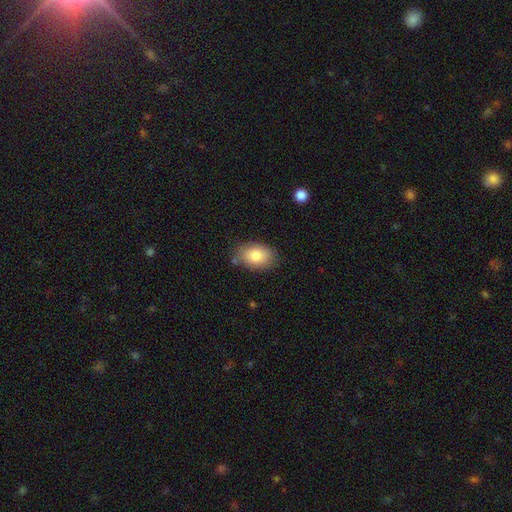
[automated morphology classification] A smooth galaxy with no disk features (83%) that is in between round and cigar-shaped (86%).

Vote fractions:
- Smooth or featured? smooth: 83% / featured or disk: 10% / star or artifact: 8%
- How rounded? in between: 86% / round: 13% / cigar-shaped: 1%
- Merging? none: 80% / minor disturbance: 15% / major disturbance: 3% / merger: 3%